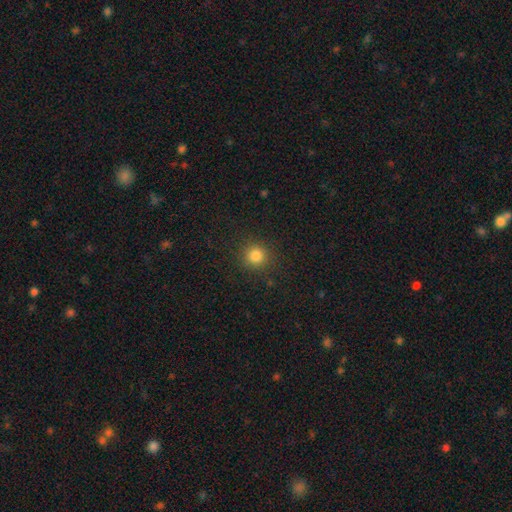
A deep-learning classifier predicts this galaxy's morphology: The model was most divided on "smooth or featured": smooth: 82%, star or artifact: 13%, featured or disk: 4%. More confident: how rounded — round (93%); merging — none (89%).